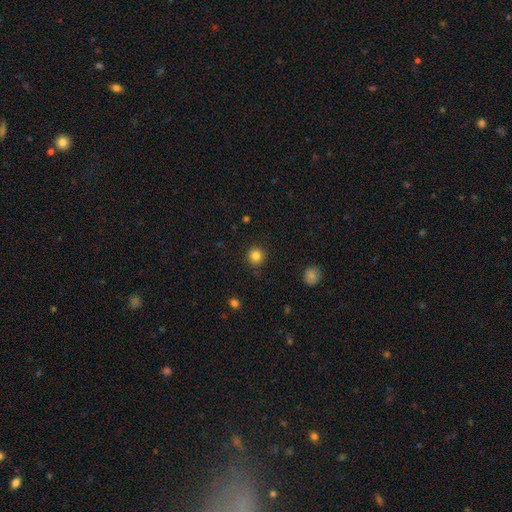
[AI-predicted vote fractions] smooth-or-featured: smooth: 84% | star or artifact: 11% | featured or disk: 5%
  how-rounded: round: 94% | in between: 5% | cigar-shaped: 1%
  merging: none: 91% | minor disturbance: 6% | major disturbance: 2% | merger: 1%